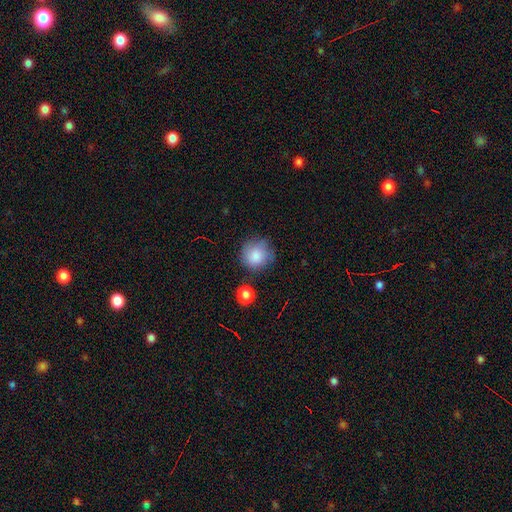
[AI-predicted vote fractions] Smooth or featured? Predicted: smooth (p=0.82). How rounded? Predicted: round (p=0.90). Merging? Predicted: none (p=0.72).